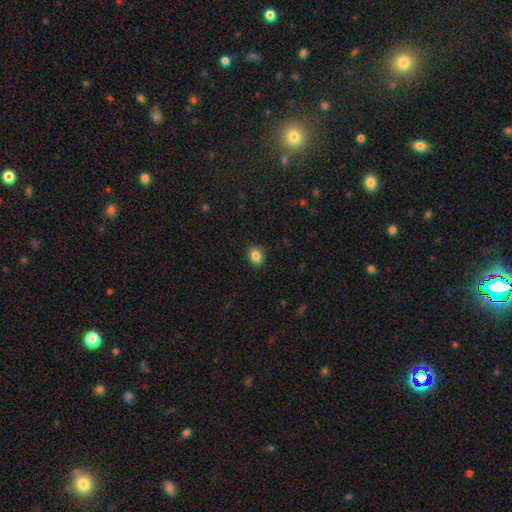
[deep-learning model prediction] smooth_or_featured: smooth (p=0.85) [alt: star or artifact p=0.10]
how_rounded: in between (p=0.55) [alt: round p=0.44]
merging: none (p=0.87) [alt: minor disturbance p=0.10]